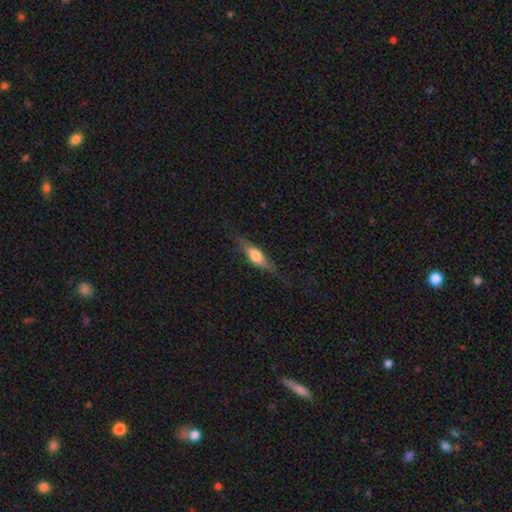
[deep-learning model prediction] Morphology: type=smooth (47%); merging=none (72%).